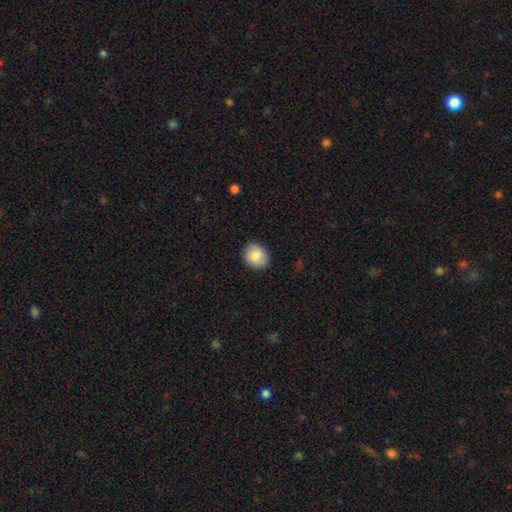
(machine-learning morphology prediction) type=smooth (87%); roundness=round (58%); merging=none (89%).